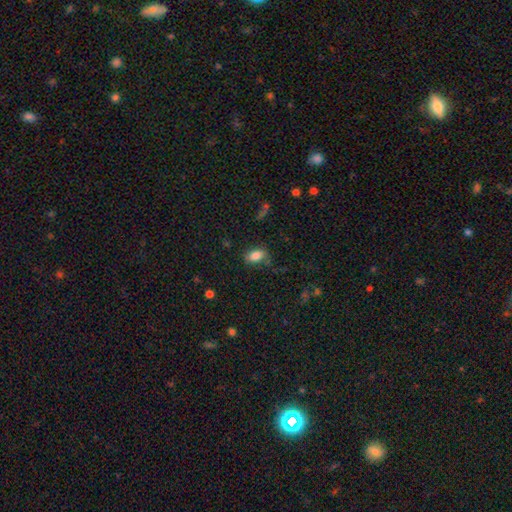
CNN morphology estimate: This appears to be a smooth galaxy with no disk features (83%) that is in between round and cigar-shaped (87%). Merging: none (74%).